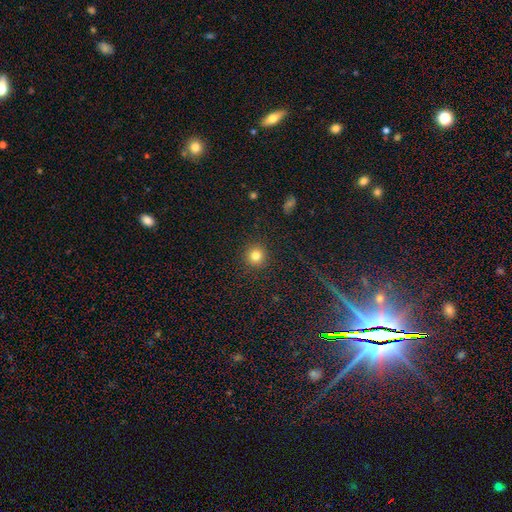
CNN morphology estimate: Overall: smooth (82%). How rounded: round (95%). Merging: none (92%).